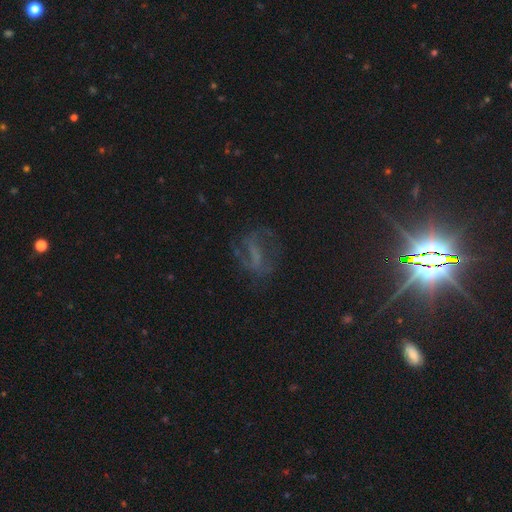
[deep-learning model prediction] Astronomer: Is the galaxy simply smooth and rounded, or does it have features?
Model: featured or disk — 47% (runner-up: star or artifact, 30%).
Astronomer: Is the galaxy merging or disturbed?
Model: none — 59%.